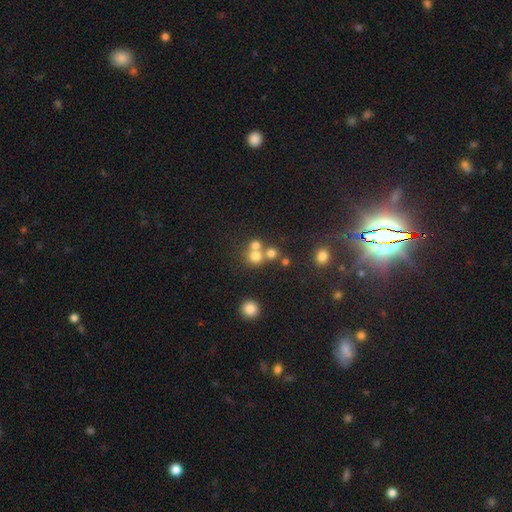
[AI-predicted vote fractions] Smooth or featured?
  - smooth: 69% *
  - star or artifact: 18%
  - featured or disk: 14%
How rounded?
  - round: 88% *
  - in between: 11%
  - cigar-shaped: 1%
Merging?
  - none: 47% *
  - merger: 43%
  - minor disturbance: 6%
  - major disturbance: 4%